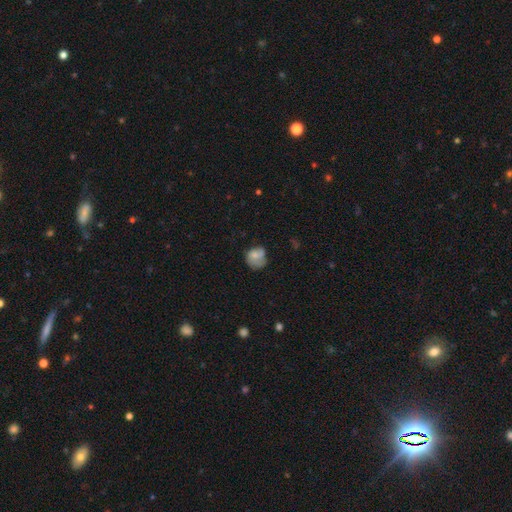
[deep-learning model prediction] This appears to be a smooth galaxy with no disk features (63%) that is round (63%). Merging: none (37%).